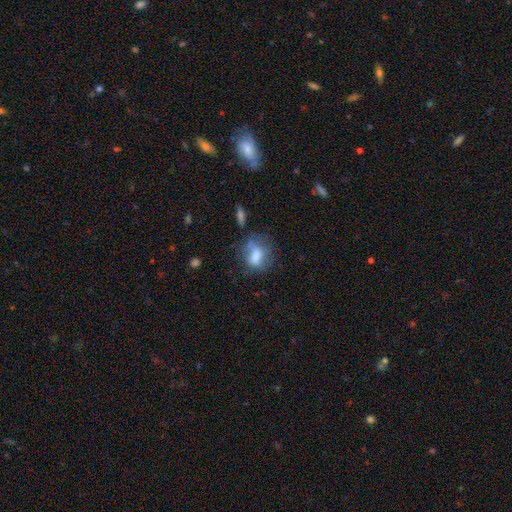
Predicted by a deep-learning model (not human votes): smooth_or_featured: smooth (p=0.66) [alt: featured or disk p=0.22]
how_rounded: in between (p=0.60) [alt: round p=0.36]
merging: none (p=0.47) [alt: minor disturbance p=0.26]